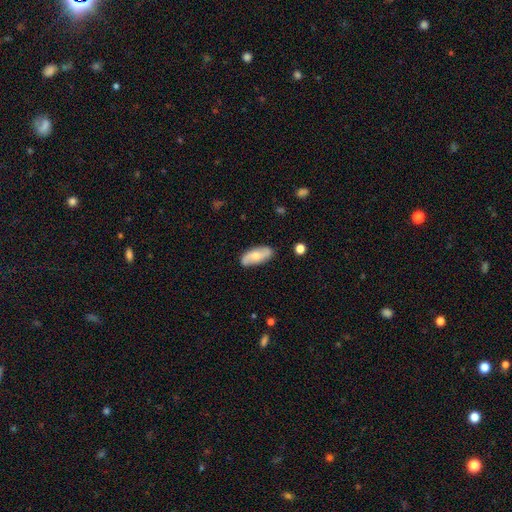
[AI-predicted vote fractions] smooth_or_featured: featured or disk (p=0.50) [alt: smooth p=0.44]
merging: none (p=0.82) [alt: minor disturbance p=0.14]